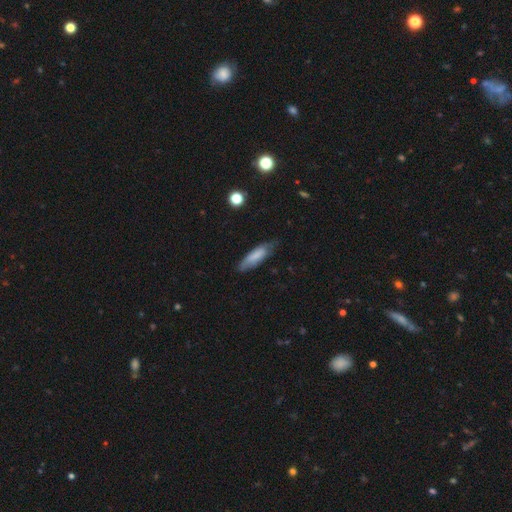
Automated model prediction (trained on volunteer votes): The model was most divided on "how rounded": cigar-shaped: 54%, in between: 45%, round: 2%. More confident: smooth or featured — smooth (74%); merging — none (67%).